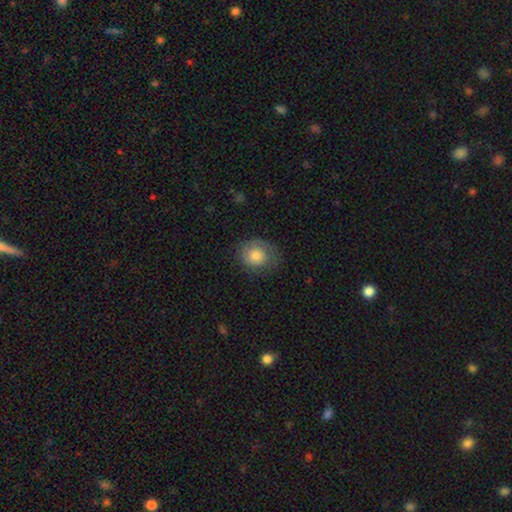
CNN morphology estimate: smooth_or_featured: smooth (p=0.74) [alt: featured or disk p=0.18]
how_rounded: round (p=0.70) [alt: in between p=0.29]
merging: none (p=0.68) [alt: minor disturbance p=0.22]